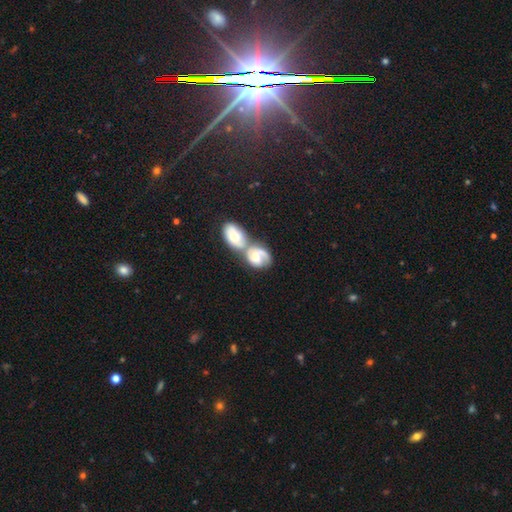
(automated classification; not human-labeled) smooth_or_featured: featured or disk (p=0.60) [alt: smooth p=0.31]
disk_edge_on: no (p=0.96) [alt: yes p=0.04]
bar: no (p=0.62) [alt: weak p=0.28]
has_spiral_arms: yes (p=0.82) [alt: no p=0.18]
bulge_size: moderate (p=0.55) [alt: large p=0.19]
merging: merger (p=0.67) [alt: none p=0.19]